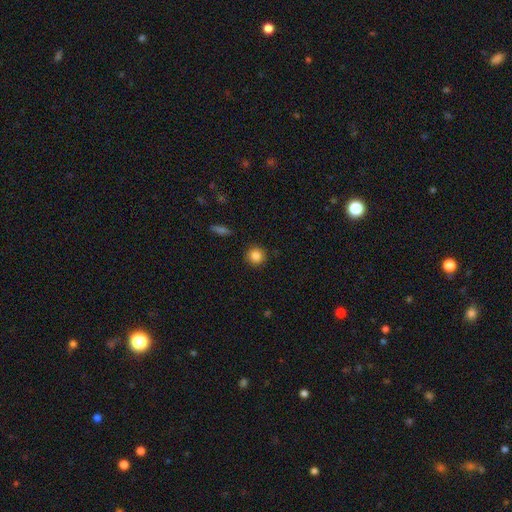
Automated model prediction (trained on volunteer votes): Q: Smooth or featured?
A: smooth (85%); runner-up: star or artifact (10%)
Q: How rounded?
A: round (93%); runner-up: in between (6%)
Q: Merging?
A: none (91%); runner-up: minor disturbance (6%)